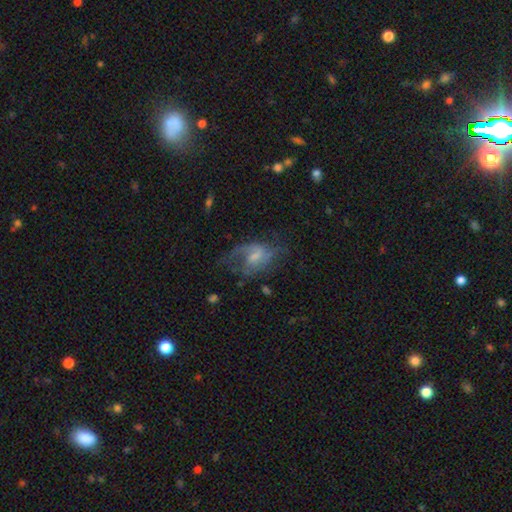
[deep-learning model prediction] Overall: featured or disk (67%). Edge-on disk: no (97%). Bar: weak (51%; no 36%). Spiral arms: yes (78%). Spiral arm count: 2 (44%; 1 25%). Spiral winding: loose (47%; medium 39%). Bulge size: small (42%; moderate 30%). Merging: none (40%; major disturbance 35%).